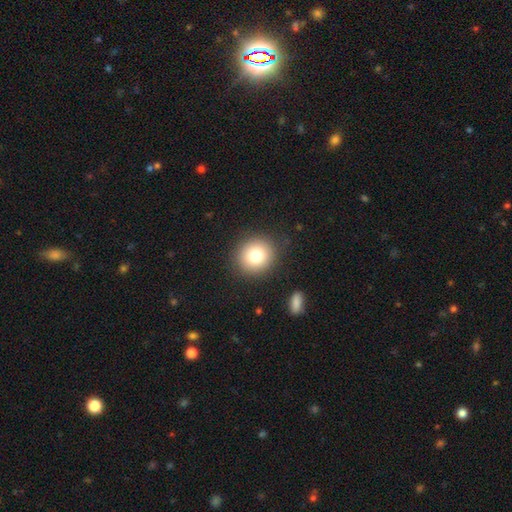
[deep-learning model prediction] smooth 79%, star or artifact 11%, featured or disk 10%. Down the decision tree: how rounded — round (84%); merging — none (88%).